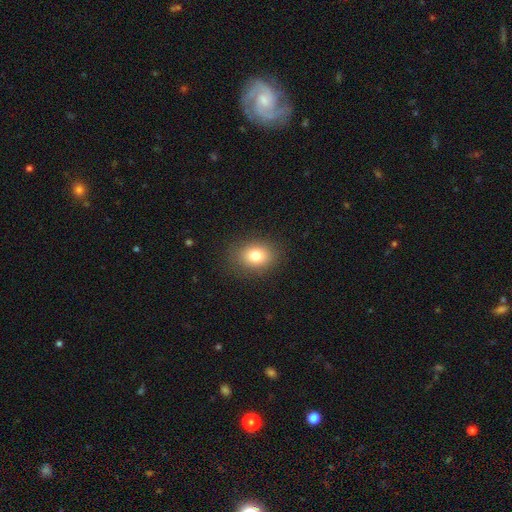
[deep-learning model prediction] smooth_or_featured: smooth (p=0.79) [alt: star or artifact p=0.12]
how_rounded: in between (p=0.57) [alt: round p=0.42]
merging: none (p=0.87) [alt: minor disturbance p=0.09]